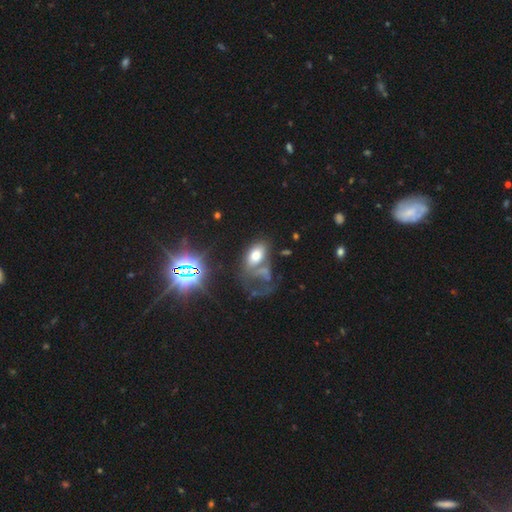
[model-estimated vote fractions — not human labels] Overall: smooth (62%). How rounded: in between (90%). Merging: none (32%; major disturbance 28%).